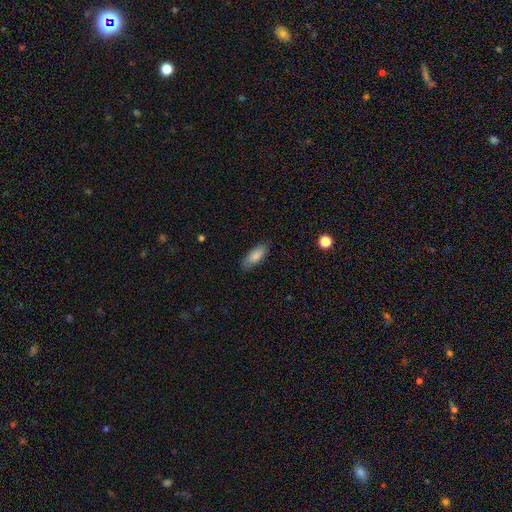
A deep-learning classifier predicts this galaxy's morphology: This appears to be a smooth galaxy with no disk features (81%) that is in between round and cigar-shaped (80%). Merging: none (78%).